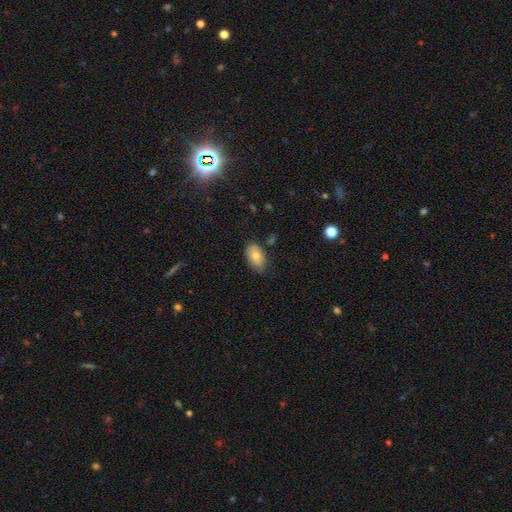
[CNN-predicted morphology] Q: Smooth or featured?
A: smooth (79%); runner-up: featured or disk (14%)
Q: How rounded?
A: in between (92%); runner-up: round (6%)
Q: Merging?
A: none (77%); runner-up: minor disturbance (17%)